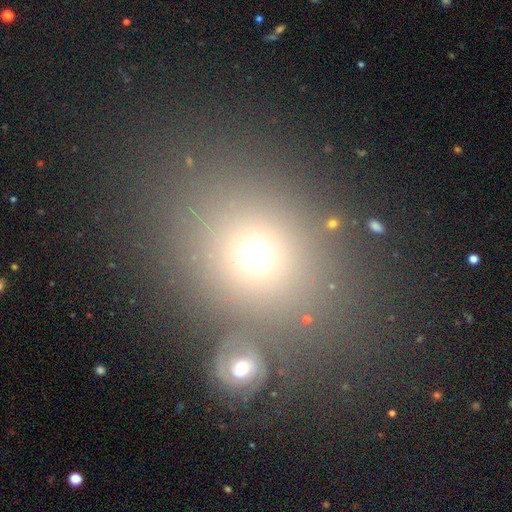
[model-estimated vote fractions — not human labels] The model was most divided on "how rounded": round: 61%, in between: 38%, cigar-shaped: 1%. More confident: smooth or featured — smooth (68%); merging — none (64%).